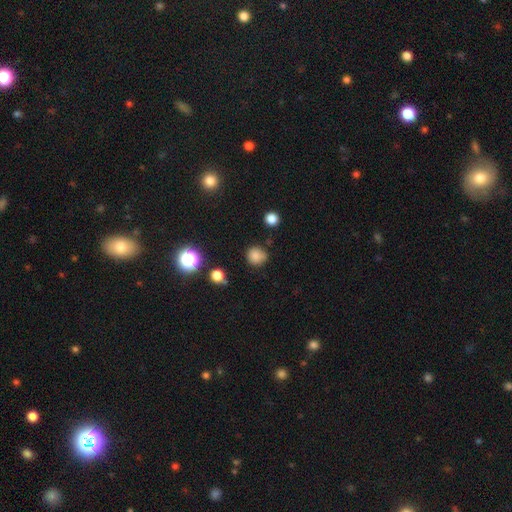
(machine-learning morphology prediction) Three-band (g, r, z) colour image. It shows a smooth galaxy with no disk features (81%) that is round (88%). Merging: none (78%).